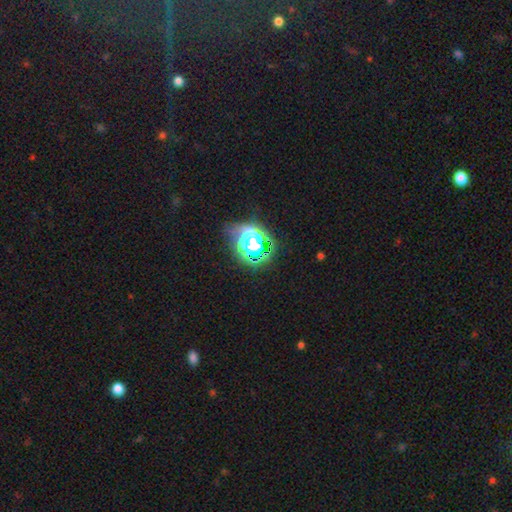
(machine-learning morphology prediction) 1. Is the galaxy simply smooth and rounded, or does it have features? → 39% smooth, 31% star or artifact, 30% featured or disk.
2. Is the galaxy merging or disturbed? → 46% none, 28% minor disturbance, 20% major disturbance, 6% merger.